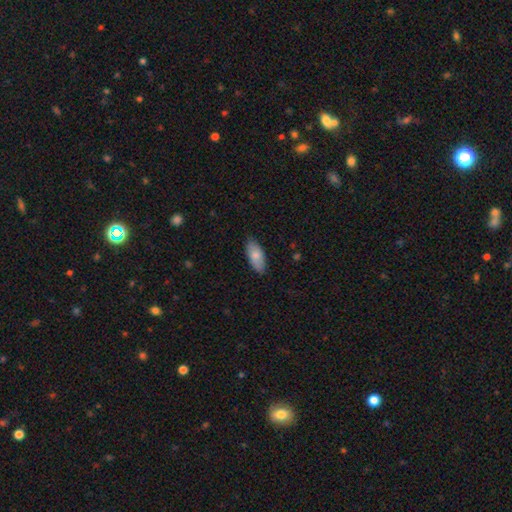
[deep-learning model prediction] Smooth or featured? smooth (80%)
How rounded? in between (88%)
Merging? none (84%)